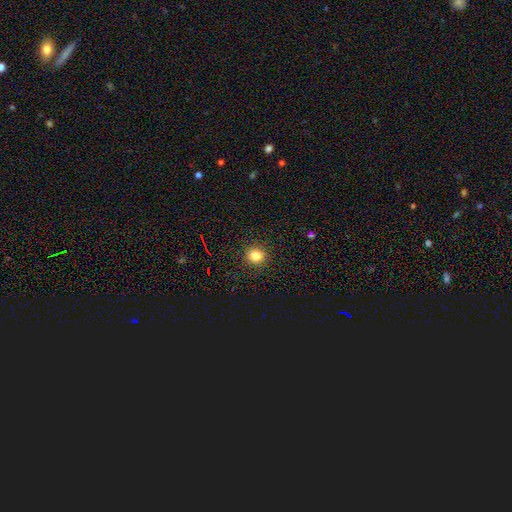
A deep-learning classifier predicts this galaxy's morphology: smooth 81%, star or artifact 13%, featured or disk 5%. Down the decision tree: how rounded — round (85%); merging — none (92%).